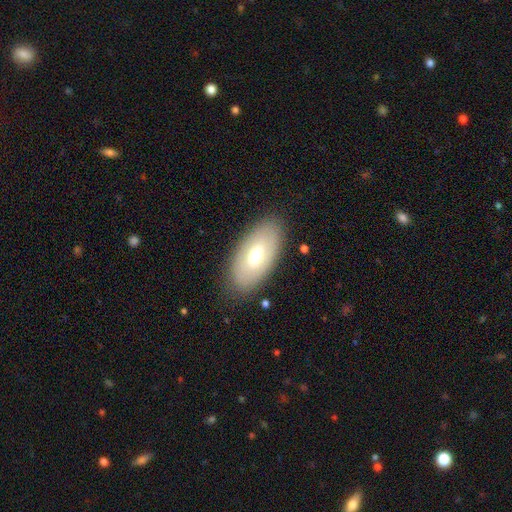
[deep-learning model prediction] A smooth galaxy with no disk features (57%) that is in between round and cigar-shaped (92%). Merging: none (85%).